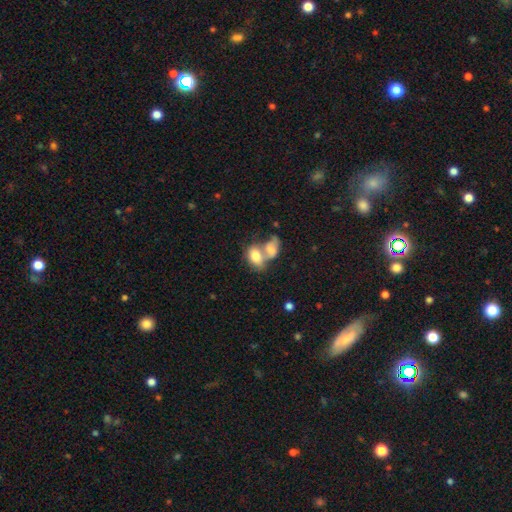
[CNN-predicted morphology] Smooth or featured? Predicted: smooth (p=0.73). How rounded? Predicted: in between (p=0.83). Merging? Predicted: merger (p=0.71).